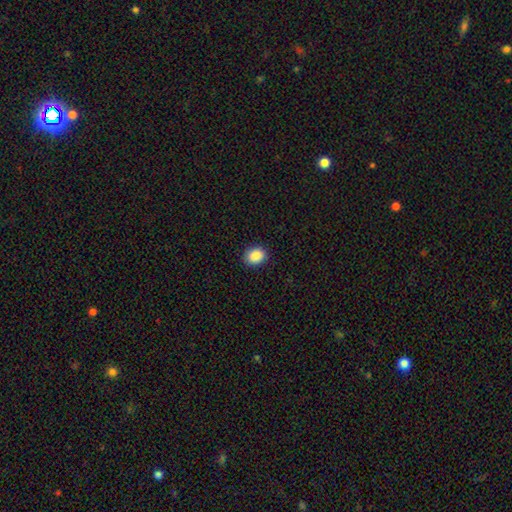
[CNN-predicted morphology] A smooth galaxy with no disk features (89%) that is in between round and cigar-shaped (54%).

Vote fractions:
- Smooth or featured? smooth: 89% / star or artifact: 8% / featured or disk: 3%
- How rounded? in between: 54% / round: 45% / cigar-shaped: 1%
- Merging? none: 90% / minor disturbance: 7% / major disturbance: 2% / merger: 1%